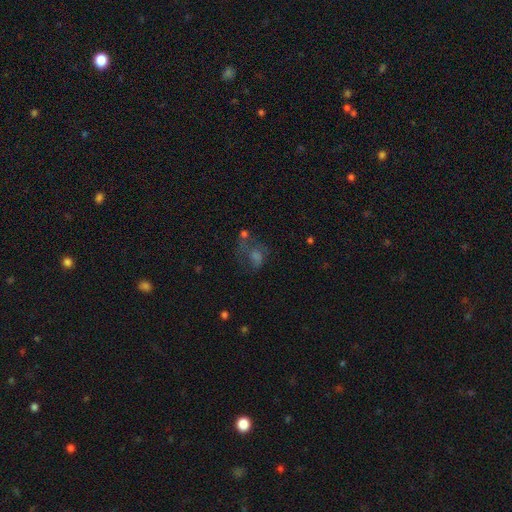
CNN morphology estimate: The model was most divided on "smooth or featured": featured or disk: 37%, smooth: 35%, star or artifact: 29%. Remaining: merging — none (39%).